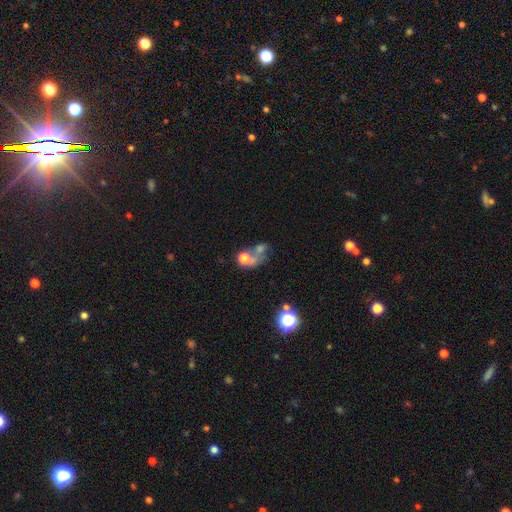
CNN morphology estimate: The model was most divided on "merging": merger: 46%, none: 27%, major disturbance: 17%, minor disturbance: 10%. Remaining: smooth or featured — smooth (47%).